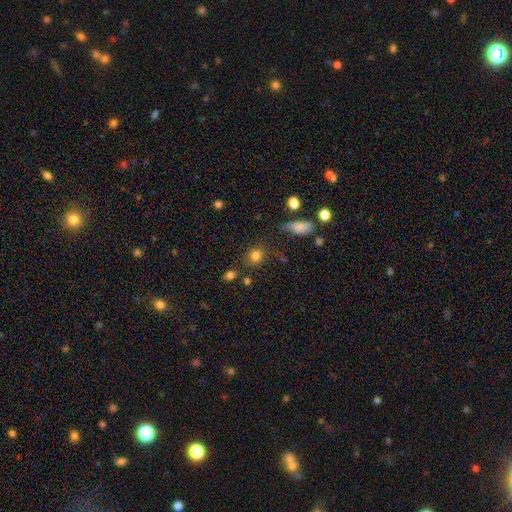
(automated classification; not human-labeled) Smooth or featured? smooth (81%)
How rounded? round (77%)
Merging? none (77%)